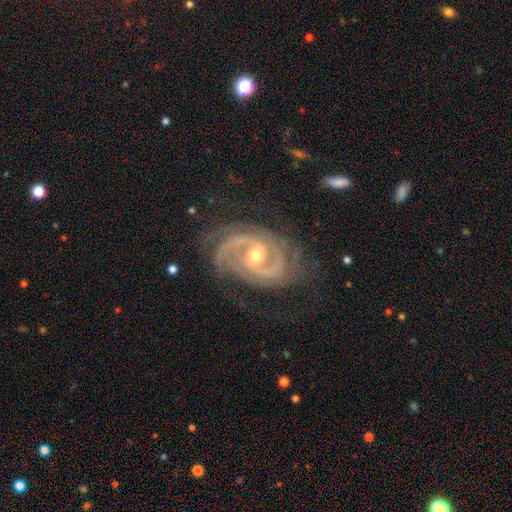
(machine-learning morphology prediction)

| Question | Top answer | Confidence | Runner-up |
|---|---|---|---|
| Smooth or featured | featured or disk | 92% | star or artifact (5%) |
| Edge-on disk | no | 97% | yes (3%) |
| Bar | weak | 42% | no (39%) |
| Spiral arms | yes | 98% | no (2%) |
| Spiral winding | tight | 51% | medium (41%) |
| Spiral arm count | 2 | 66% | 3 (15%) |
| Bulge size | moderate | 61% | small (35%) |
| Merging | none | 73% | minor disturbance (18%) |